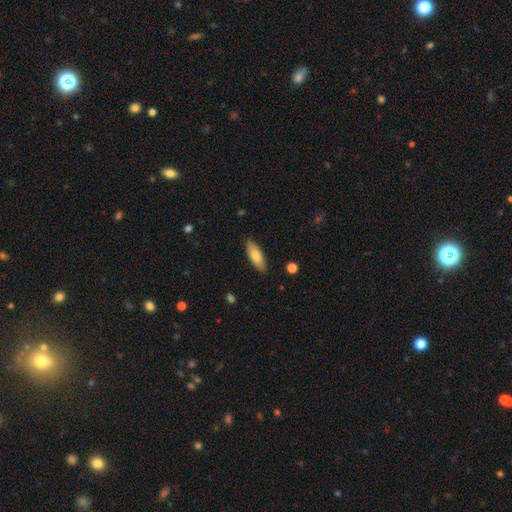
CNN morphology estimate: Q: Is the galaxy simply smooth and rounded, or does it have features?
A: smooth — 77%.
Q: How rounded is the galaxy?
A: in between — 66%.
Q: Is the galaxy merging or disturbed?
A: none — 88%.